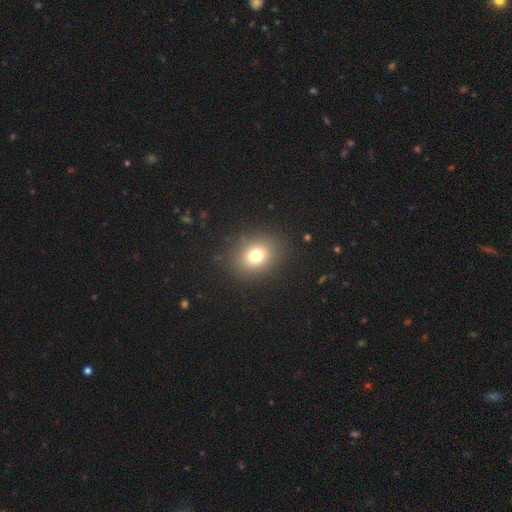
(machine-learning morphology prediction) Q: Smooth or featured?
A: smooth (75%); runner-up: star or artifact (14%)
Q: How rounded?
A: round (59%); runner-up: in between (41%)
Q: Merging?
A: none (87%); runner-up: minor disturbance (8%)